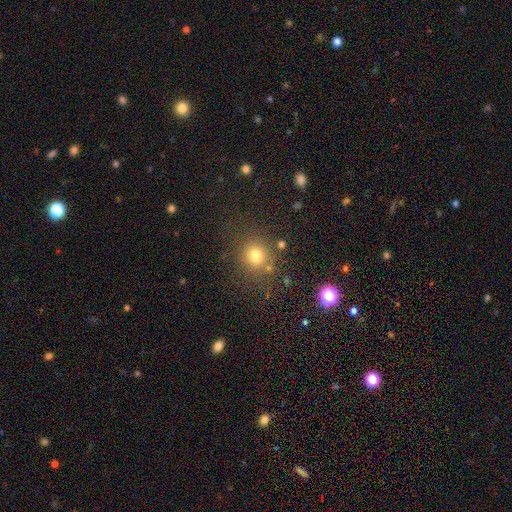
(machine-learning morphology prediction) A smooth galaxy with no disk features (75%) that is round (86%). Merging: none (79%).